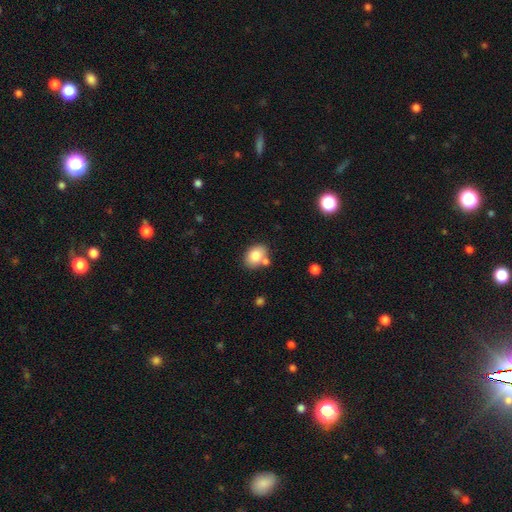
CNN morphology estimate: type=smooth (80%); roundness=in between (68%); merging=none (66%).